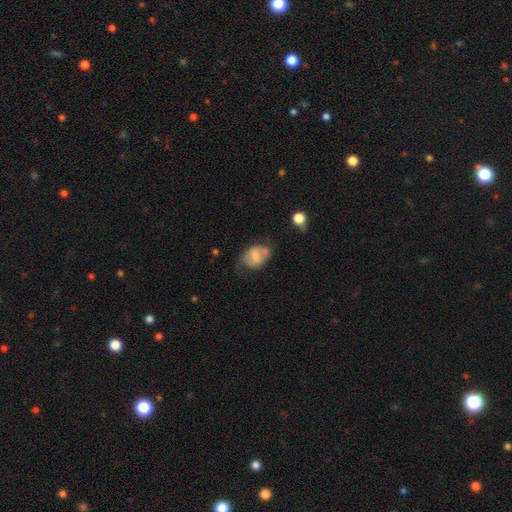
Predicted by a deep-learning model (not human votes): A smooth galaxy with no disk features (55%) that is in between round and cigar-shaped (69%). Merging: none (39%).